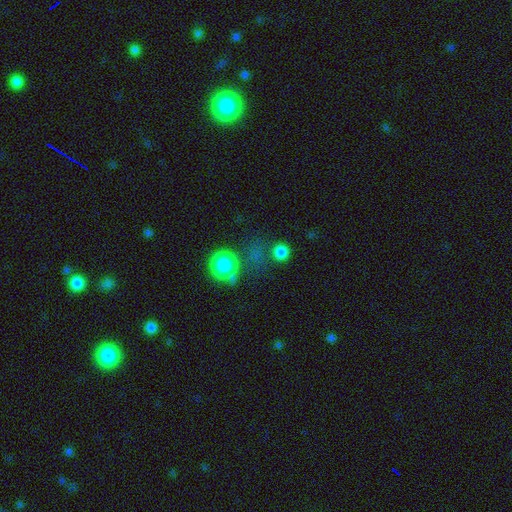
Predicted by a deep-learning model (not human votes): This is likely a smooth galaxy (67%). How rounded: clearly round (86%). Merging: possibly none (58%).